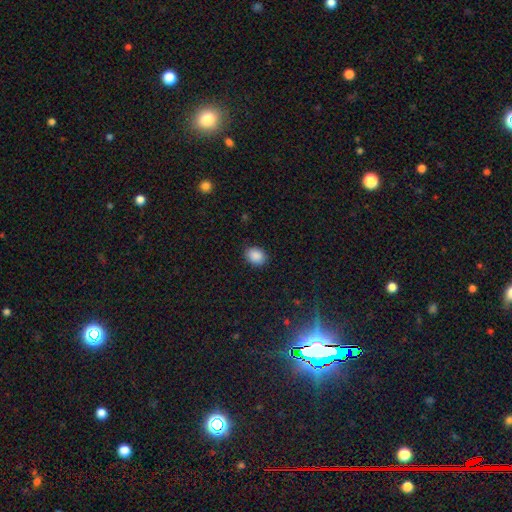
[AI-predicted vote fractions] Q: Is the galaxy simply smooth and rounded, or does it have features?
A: smooth — 88%.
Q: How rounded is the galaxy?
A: in between — 57%.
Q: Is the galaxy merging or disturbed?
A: none — 87%.